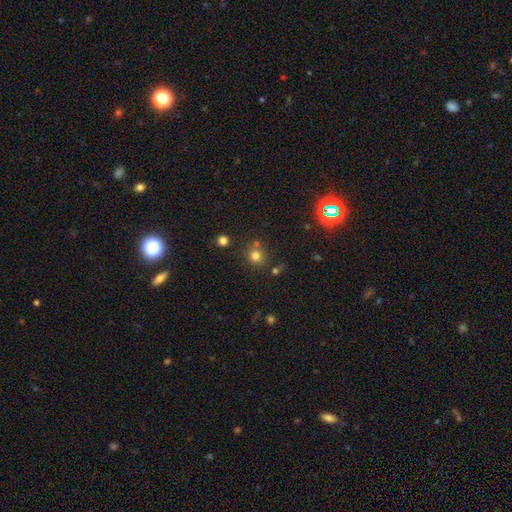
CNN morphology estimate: A smooth galaxy with no disk features (75%) that is round (87%). Merging: none (70%).